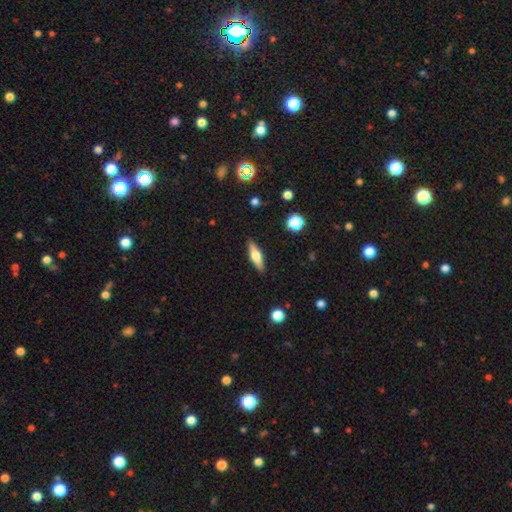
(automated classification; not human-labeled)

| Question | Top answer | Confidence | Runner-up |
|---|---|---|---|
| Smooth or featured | featured or disk | 48% | smooth (45%) |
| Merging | none | 89% | minor disturbance (8%) |